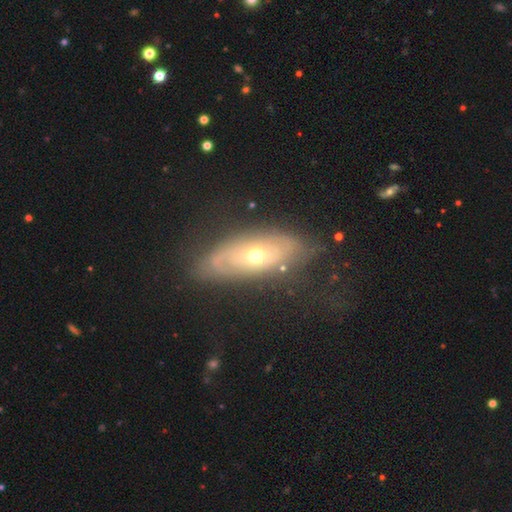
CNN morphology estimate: Smooth or featured: featured or disk — 68% (smooth — 25%)
Edge-on disk: no — 76% (yes — 24%)
Bar: no — 80% (weak — 15%)
Spiral arms: yes — 55% (no — 45%)
Bulge size: moderate — 50% (small — 46%)
Merging: none — 67% (minor disturbance — 21%)